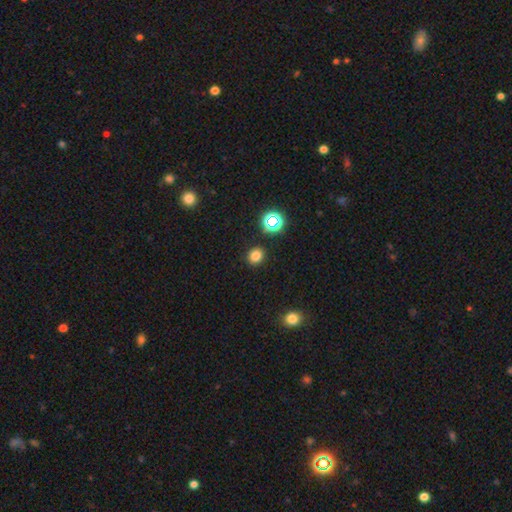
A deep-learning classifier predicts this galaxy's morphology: Q: Smooth or featured?
A: smooth (77%); runner-up: star or artifact (18%)
Q: How rounded?
A: round (68%); runner-up: in between (31%)
Q: Merging?
A: none (89%); runner-up: minor disturbance (7%)